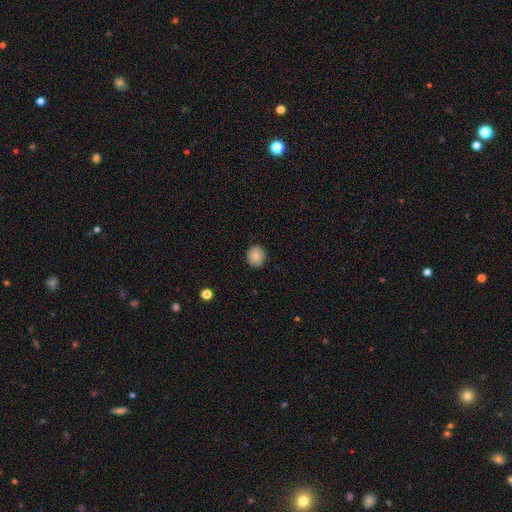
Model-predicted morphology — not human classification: smooth-or-featured: smooth: 86% | star or artifact: 9% | featured or disk: 5%
  how-rounded: round: 83% | in between: 16% | cigar-shaped: 1%
  merging: none: 89% | minor disturbance: 8% | major disturbance: 2% | merger: 1%